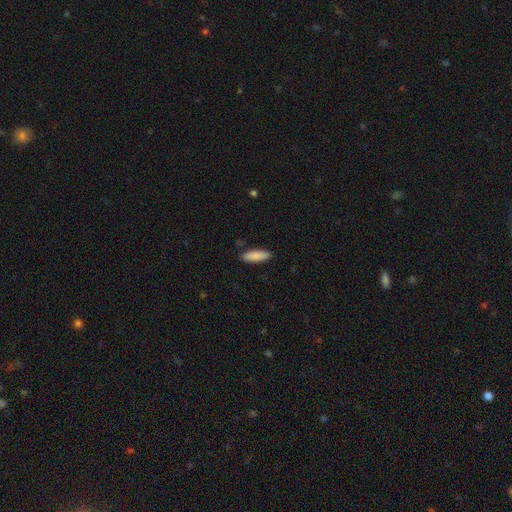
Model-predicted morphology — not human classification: smooth_or_featured: smooth (p=0.89) [alt: star or artifact p=0.06]
how_rounded: in between (p=0.55) [alt: cigar-shaped p=0.43]
merging: none (p=0.88) [alt: minor disturbance p=0.09]